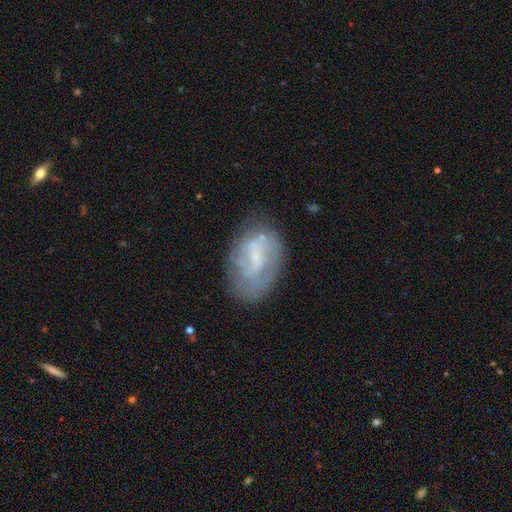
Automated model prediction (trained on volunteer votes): Smooth or featured? Predicted: featured or disk (p=0.60). Edge-on disk? Predicted: no (p=0.96). Bar? Predicted: weak (p=0.46). Spiral arms? Predicted: yes (p=0.57). Bulge size? Predicted: small (p=0.54). Merging? Predicted: none (p=0.62).